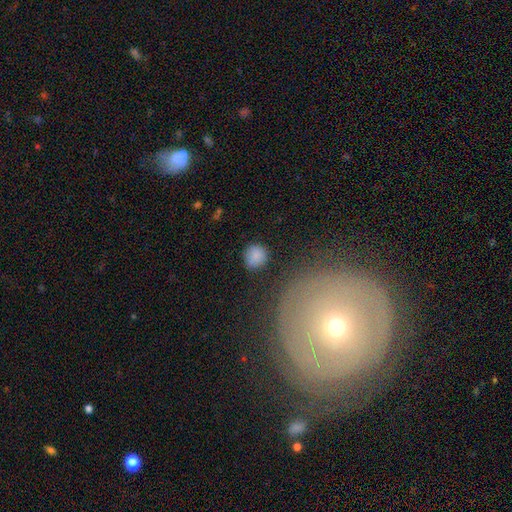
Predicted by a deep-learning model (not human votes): Smooth or featured: smooth — 84% (star or artifact — 10%)
How rounded: round — 87% (in between — 11%)
Merging: none — 82% (minor disturbance — 12%)